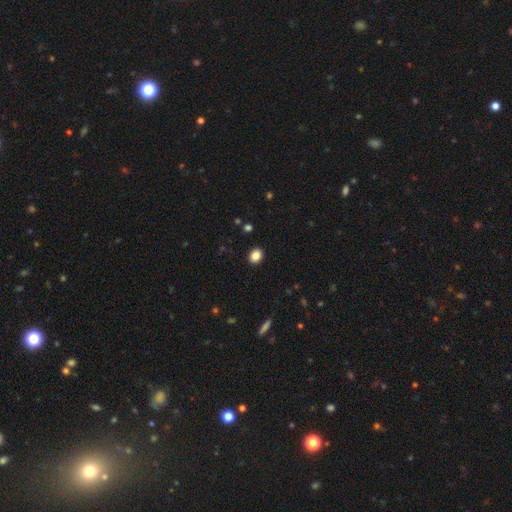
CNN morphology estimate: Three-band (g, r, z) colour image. It shows a smooth galaxy with no disk features (86%) that is round (55%). Merging: none (91%).